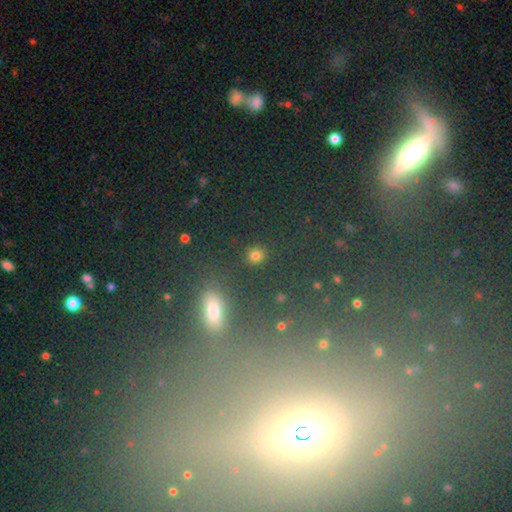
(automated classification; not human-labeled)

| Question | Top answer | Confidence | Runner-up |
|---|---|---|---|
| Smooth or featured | smooth | 76% | star or artifact (19%) |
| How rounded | round | 85% | in between (13%) |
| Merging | none | 87% | minor disturbance (6%) |